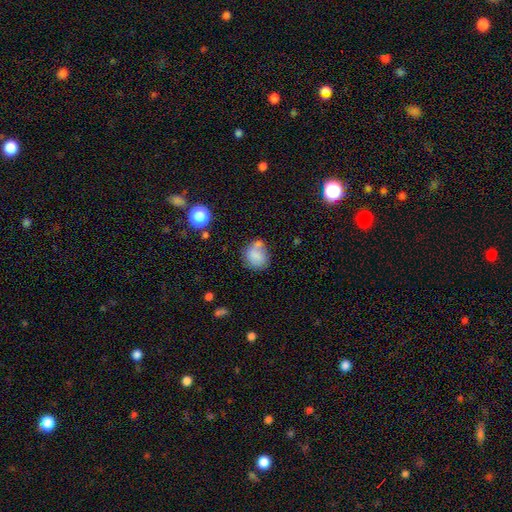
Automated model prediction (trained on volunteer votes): A smooth galaxy with no disk features (79%) that is round (69%).

Vote fractions:
- Smooth or featured? smooth: 79% / featured or disk: 12% / star or artifact: 10%
- How rounded? round: 69% / in between: 30% / cigar-shaped: 1%
- Merging? none: 48% / merger: 24% / minor disturbance: 20% / major disturbance: 8%